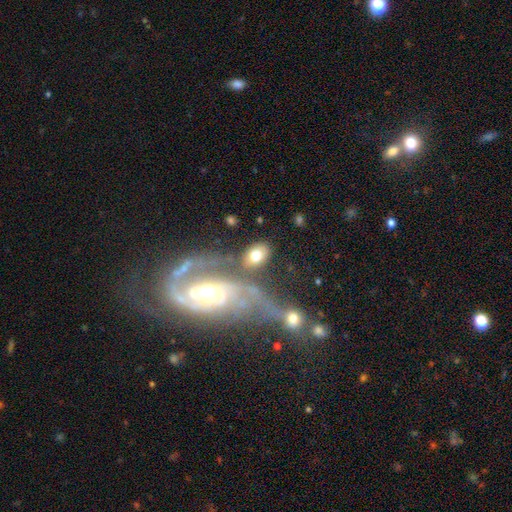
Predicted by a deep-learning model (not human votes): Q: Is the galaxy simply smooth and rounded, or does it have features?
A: smooth — 69%.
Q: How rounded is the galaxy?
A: in between — 81%.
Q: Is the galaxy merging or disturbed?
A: none — 64%.